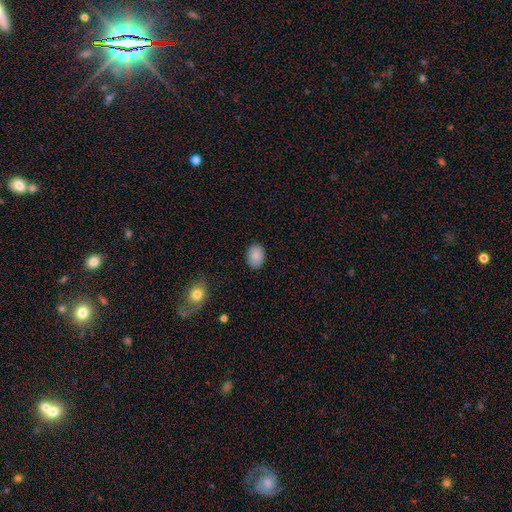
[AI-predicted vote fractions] Overall: smooth (89%). How rounded: in between (72%). Merging: none (88%).